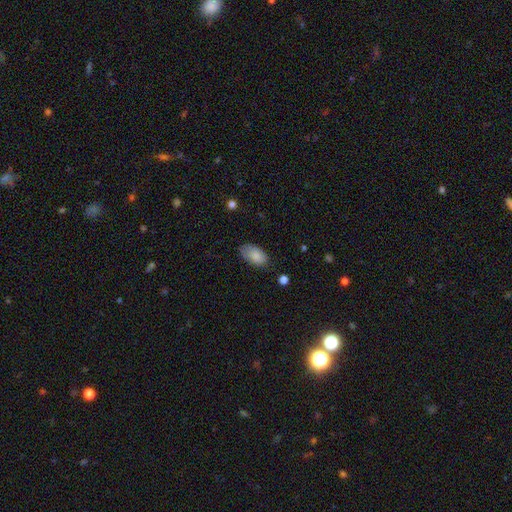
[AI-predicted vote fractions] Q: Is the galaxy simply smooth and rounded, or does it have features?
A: smooth — 84%.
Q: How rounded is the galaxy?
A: in between — 94%.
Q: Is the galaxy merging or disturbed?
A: none — 70%.